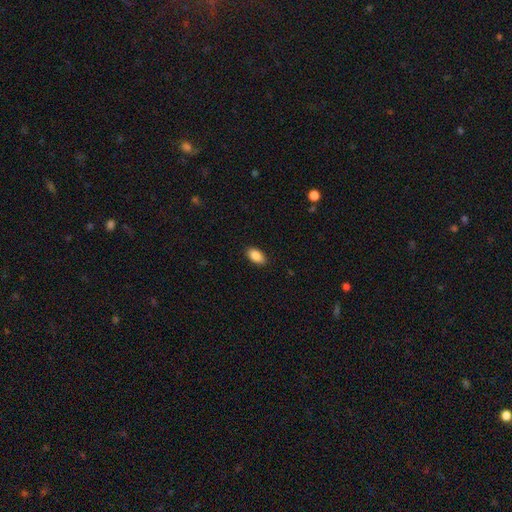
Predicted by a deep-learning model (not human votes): smooth-or-featured: smooth: 89% | star or artifact: 7% | featured or disk: 4%
  how-rounded: in between: 93% | round: 4% | cigar-shaped: 2%
  merging: none: 89% | minor disturbance: 8% | major disturbance: 2% | merger: 1%